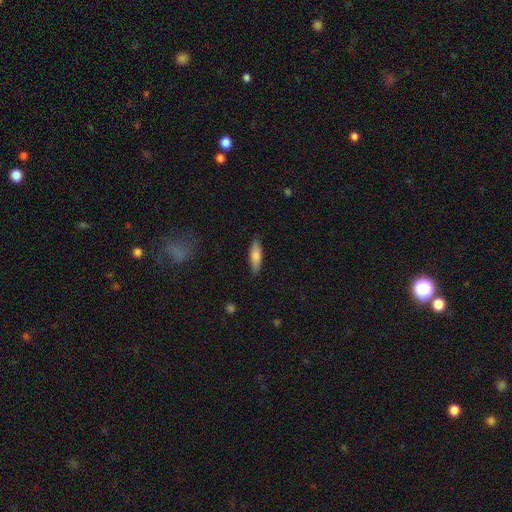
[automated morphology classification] Smooth or featured? smooth (78%)
How rounded? cigar-shaped (49%, tied with in between)
Merging? none (86%)